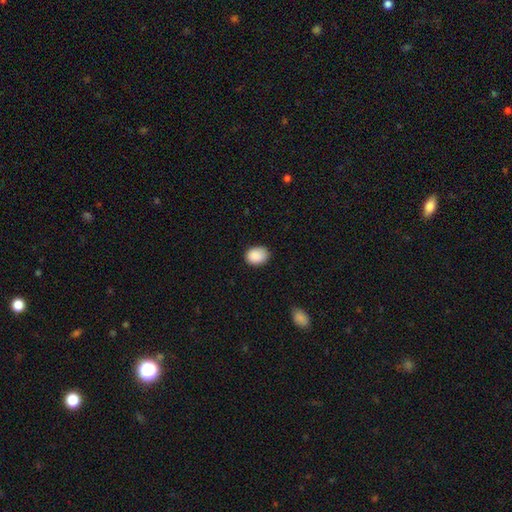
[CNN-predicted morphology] Smooth or featured: smooth — 89% (star or artifact — 8%)
How rounded: in between — 61% (round — 38%)
Merging: none — 77% (minor disturbance — 18%)